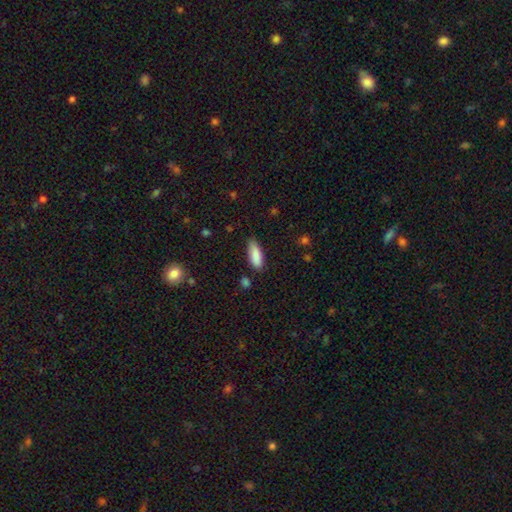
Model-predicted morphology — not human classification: The model was most divided on "how rounded": in between: 69%, cigar-shaped: 30%, round: 2%. More confident: smooth or featured — smooth (88%); merging — none (76%).